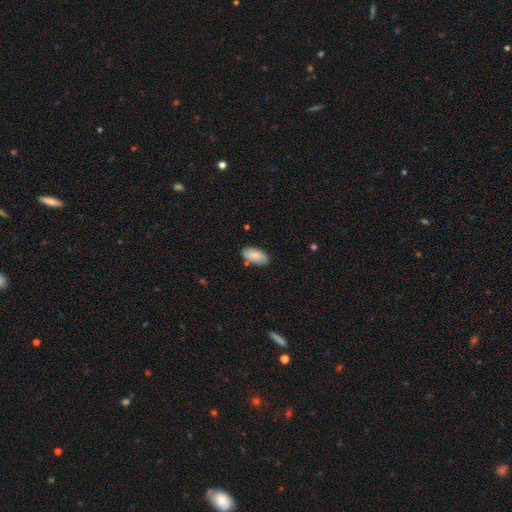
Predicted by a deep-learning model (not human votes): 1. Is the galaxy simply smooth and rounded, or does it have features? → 83% smooth, 11% featured or disk, 6% star or artifact.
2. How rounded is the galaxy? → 93% in between, 5% cigar-shaped, 2% round.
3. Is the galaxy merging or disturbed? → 76% none, 17% minor disturbance, 4% merger, 3% major disturbance.